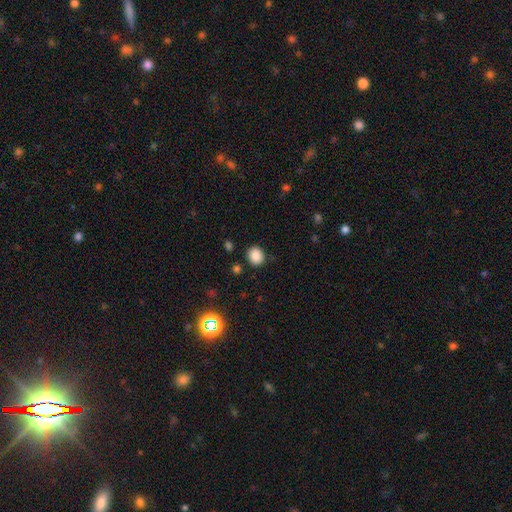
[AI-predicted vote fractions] smooth 86%, star or artifact 10%, featured or disk 4%. Down the decision tree: how rounded — round (66%); merging — none (86%).